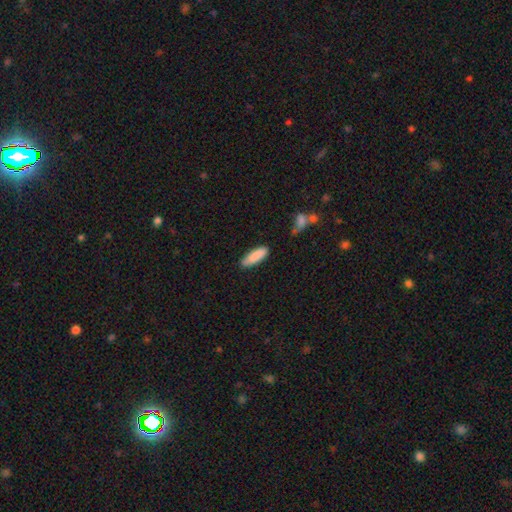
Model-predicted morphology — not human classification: The model was most divided on "how rounded": in between: 50%, cigar-shaped: 48%, round: 1%. More confident: smooth or featured — smooth (88%); merging — none (82%).